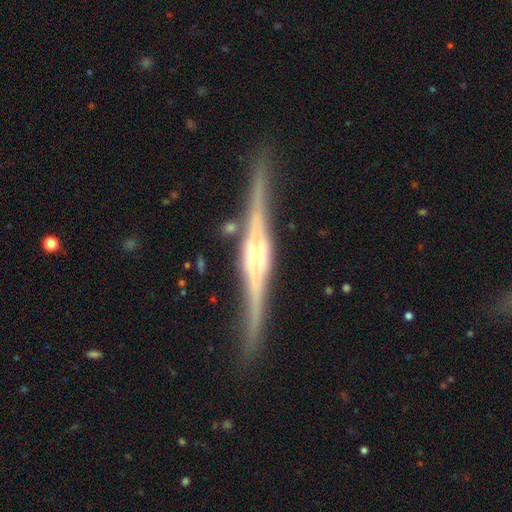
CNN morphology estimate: This is clearly a featured or disk galaxy (88%). It is clearly viewed edge-on (98%). Edge-on bulge: possibly boxy (50%). Merging: clearly none (86%).